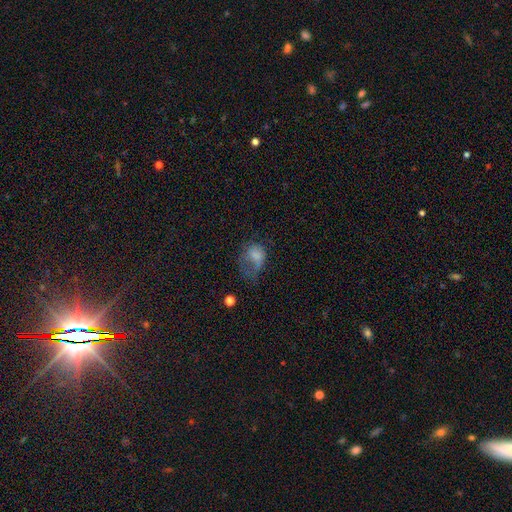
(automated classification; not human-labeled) smooth-or-featured: smooth: 63% | featured or disk: 25% | star or artifact: 12%
  how-rounded: in between: 64% | round: 34% | cigar-shaped: 1%
  merging: major disturbance: 56% | minor disturbance: 22% | none: 18% | merger: 3%